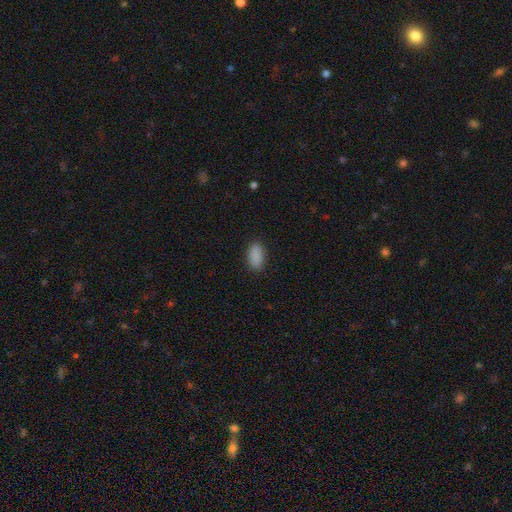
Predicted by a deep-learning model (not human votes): smooth_or_featured: smooth (p=0.89) [alt: star or artifact p=0.08]
how_rounded: in between (p=0.92) [alt: cigar-shaped p=0.04]
merging: none (p=0.87) [alt: minor disturbance p=0.09]